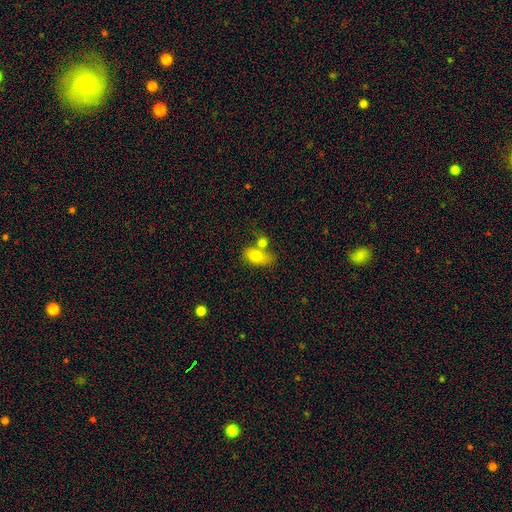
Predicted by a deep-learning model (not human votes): This is likely a smooth galaxy (77%). How rounded: clearly in between (84%). Merging: marginally merger (42%).